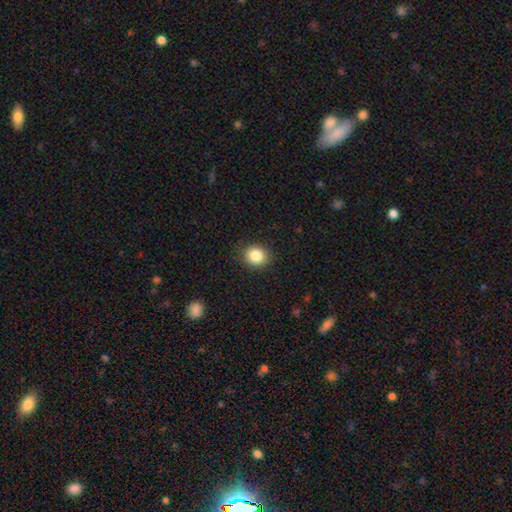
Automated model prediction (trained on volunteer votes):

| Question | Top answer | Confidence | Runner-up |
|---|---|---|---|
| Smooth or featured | smooth | 85% | star or artifact (10%) |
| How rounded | round | 76% | in between (24%) |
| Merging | none | 89% | minor disturbance (8%) |